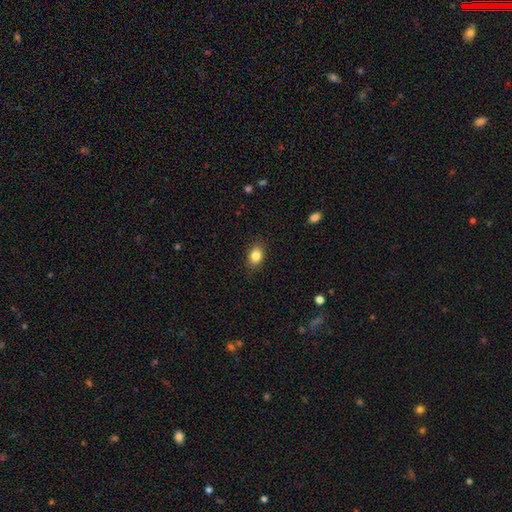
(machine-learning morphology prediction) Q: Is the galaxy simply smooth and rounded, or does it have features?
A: smooth — 85%.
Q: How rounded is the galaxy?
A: in between — 76%.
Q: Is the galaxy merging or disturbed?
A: none — 86%.